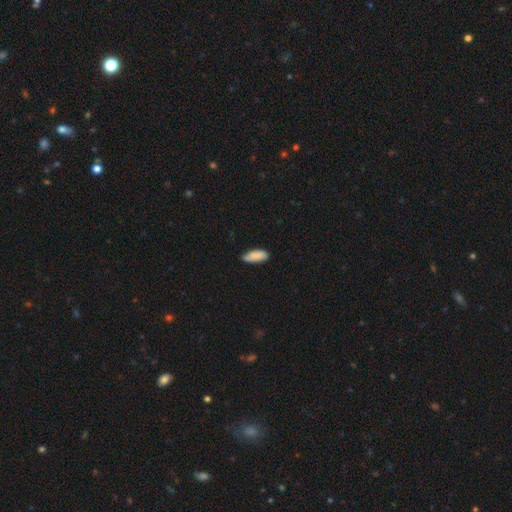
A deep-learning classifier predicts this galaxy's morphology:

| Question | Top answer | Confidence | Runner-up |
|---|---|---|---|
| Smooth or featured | smooth | 88% | star or artifact (6%) |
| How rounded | in between | 73% | cigar-shaped (26%) |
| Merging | none | 75% | minor disturbance (21%) |